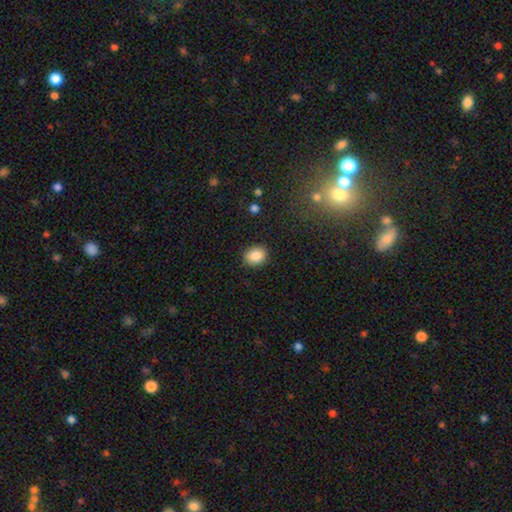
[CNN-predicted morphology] A smooth galaxy with no disk features (87%) that is round (59%). Merging: none (90%).